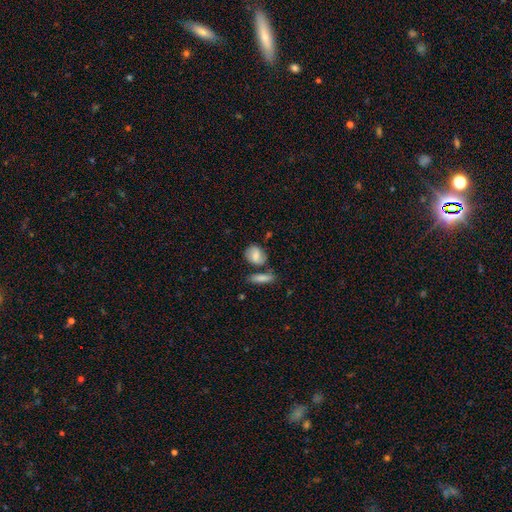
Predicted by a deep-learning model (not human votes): Morphology: type=smooth (72%); roundness=in between (62%); merging=none (56%).